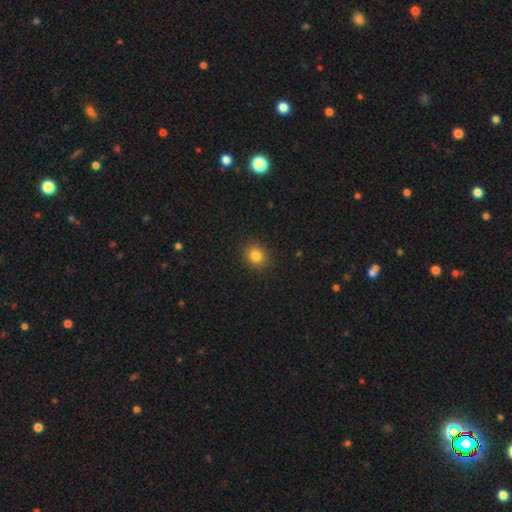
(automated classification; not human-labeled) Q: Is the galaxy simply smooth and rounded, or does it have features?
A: smooth — 83%.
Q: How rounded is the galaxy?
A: round — 77%.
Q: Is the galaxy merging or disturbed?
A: none — 90%.